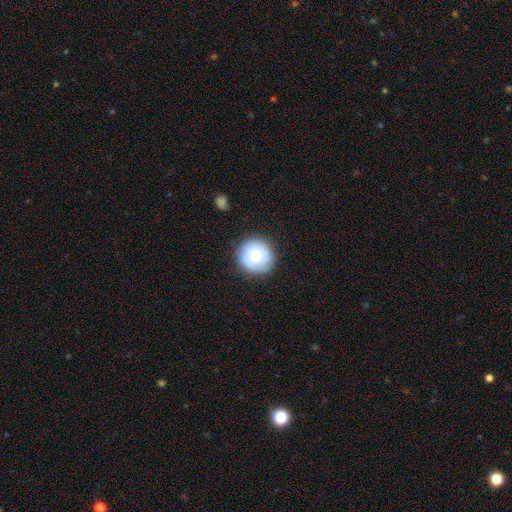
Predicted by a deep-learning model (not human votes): This appears to be a smooth galaxy with no disk features (54%) that is round (91%). Merging: none (81%).